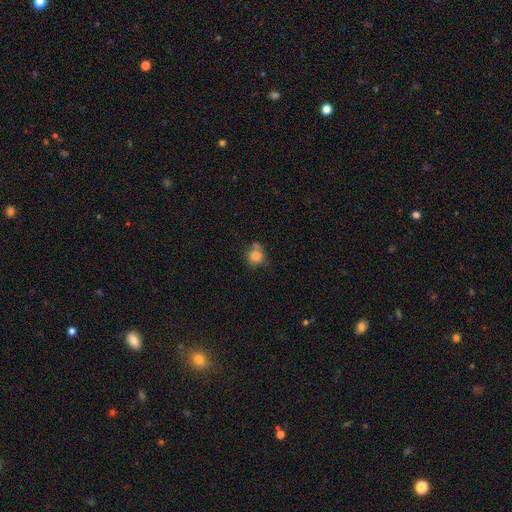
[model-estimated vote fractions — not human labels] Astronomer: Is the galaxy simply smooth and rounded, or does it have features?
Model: smooth — 81%.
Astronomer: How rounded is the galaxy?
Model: round — 81%.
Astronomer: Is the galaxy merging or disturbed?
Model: none — 51%.